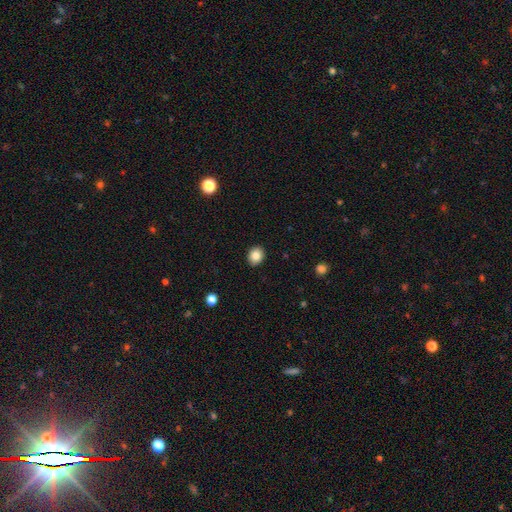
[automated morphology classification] This appears to be a smooth galaxy with no disk features (84%) that is round (63%). Merging: none (91%).